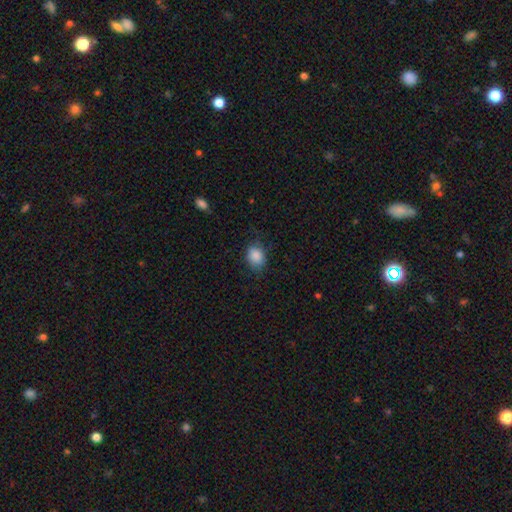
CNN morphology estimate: Overall: smooth (86%). How rounded: in between (63%; round 36%). Merging: none (71%).